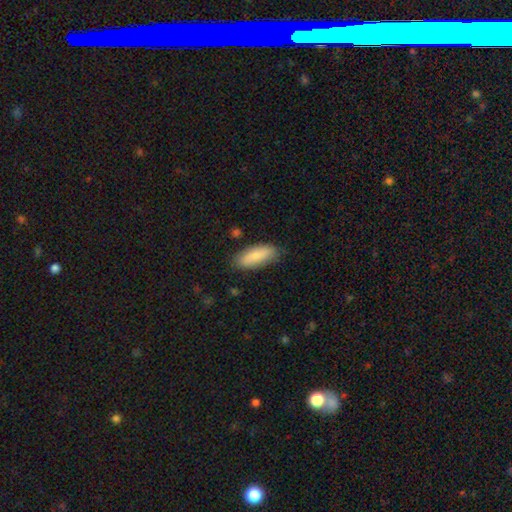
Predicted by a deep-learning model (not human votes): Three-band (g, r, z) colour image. It shows a smooth galaxy with no disk features (80%) that is in between round and cigar-shaped (74%). Merging: none (81%).